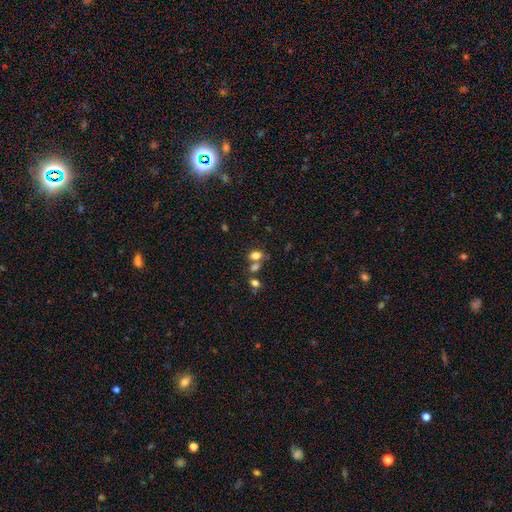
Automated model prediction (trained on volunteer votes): Smooth or featured? smooth (77%)
How rounded? in between (73%)
Merging? none (47%)